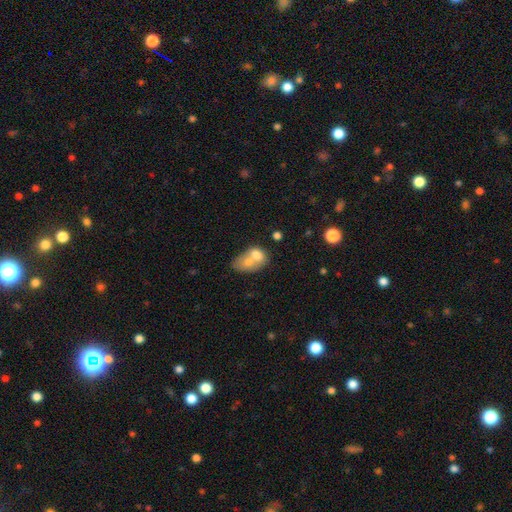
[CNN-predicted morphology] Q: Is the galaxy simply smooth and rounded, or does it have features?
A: smooth — 67%.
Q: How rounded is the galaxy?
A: in between — 73%.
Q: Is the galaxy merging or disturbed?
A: merger — 71%.